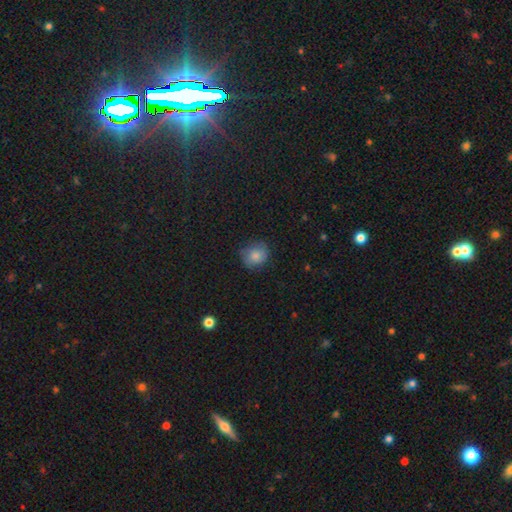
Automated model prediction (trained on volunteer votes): Morphology: type=smooth (80%); roundness=round (77%); merging=none (75%).